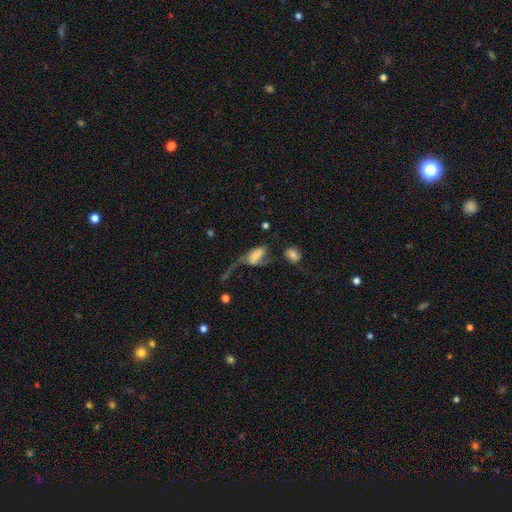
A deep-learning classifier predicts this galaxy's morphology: A smooth galaxy with no disk features (47%). Merging: major disturbance (53%).